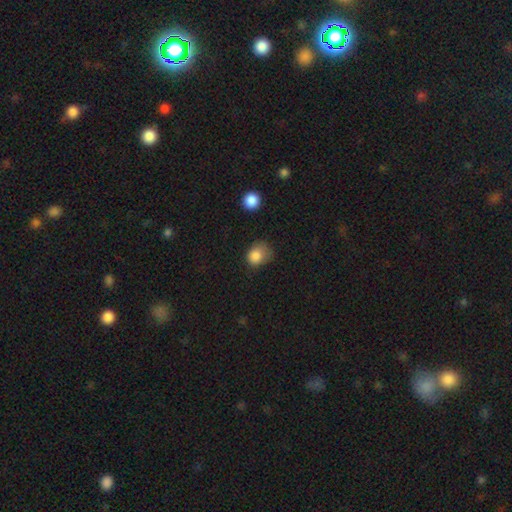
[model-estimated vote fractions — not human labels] A smooth galaxy with no disk features (84%) that is round (62%). Merging: none (39%, tied with minor disturbance).